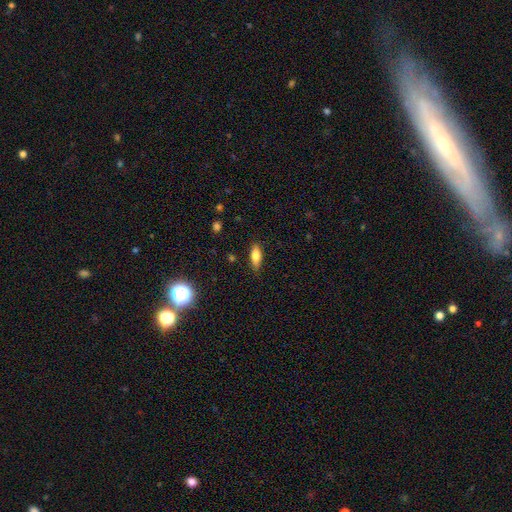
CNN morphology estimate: Smooth or featured?
  - smooth: 76% *
  - featured or disk: 16%
  - star or artifact: 8%
How rounded?
  - in between: 67% *
  - cigar-shaped: 30%
  - round: 3%
Merging?
  - none: 84% *
  - minor disturbance: 12%
  - major disturbance: 3%
  - merger: 1%